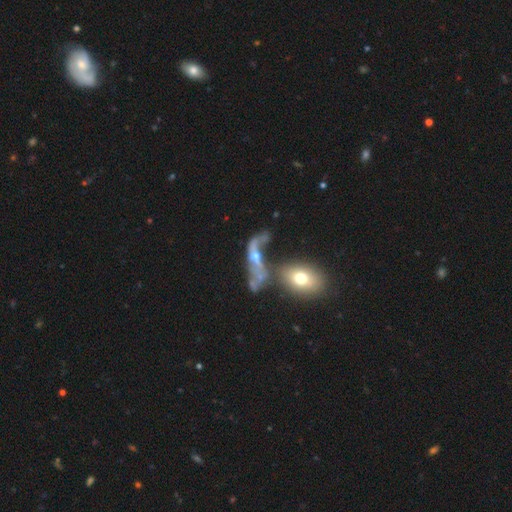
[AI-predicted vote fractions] Smooth or featured: featured or disk — 72% (smooth — 16%)
Edge-on disk: no — 80% (yes — 20%)
Bar: no — 56% (weak — 31%)
Spiral arms: yes — 76% (no — 24%)
Bulge size: small — 52% (moderate — 36%)
Merging: none — 33% (merger — 30%)